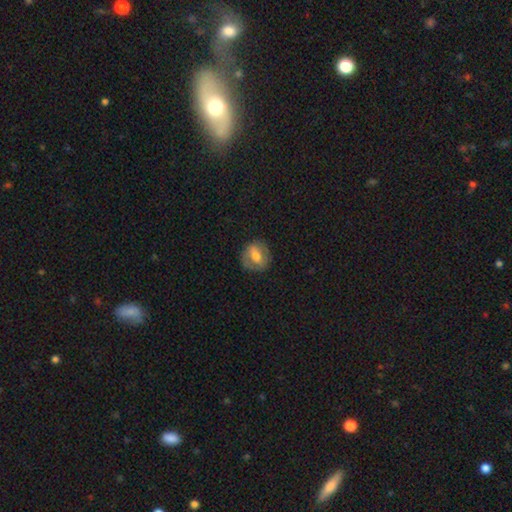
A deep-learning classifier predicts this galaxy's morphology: A smooth galaxy with no disk features (49%). Merging: none (81%).